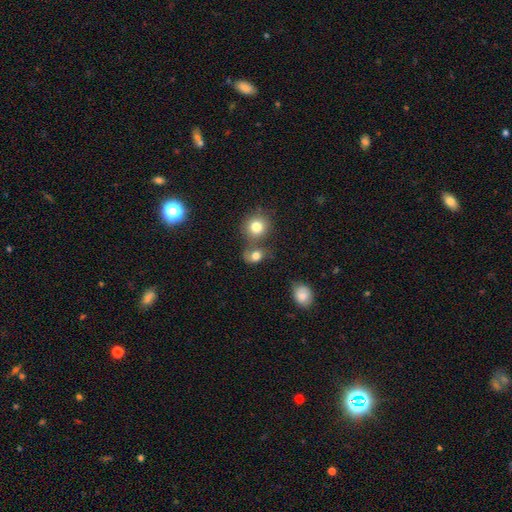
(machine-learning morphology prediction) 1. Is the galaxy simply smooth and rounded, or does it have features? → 76% smooth, 13% featured or disk, 11% star or artifact.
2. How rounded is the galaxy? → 56% round, 43% in between, 2% cigar-shaped.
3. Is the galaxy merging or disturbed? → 39% merger, 37% none, 14% minor disturbance, 10% major disturbance.